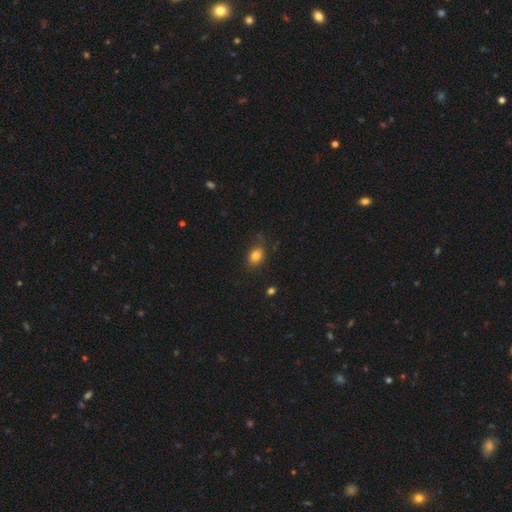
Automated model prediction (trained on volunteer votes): smooth 82%, star or artifact 10%, featured or disk 8%. Down the decision tree: how rounded — in between (69%); merging — none (77%).